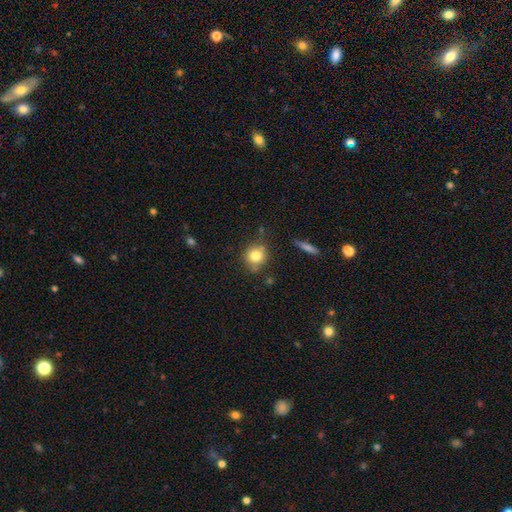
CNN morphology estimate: This is likely a smooth galaxy (80%). How rounded: clearly round (86%). Merging: likely none (76%).